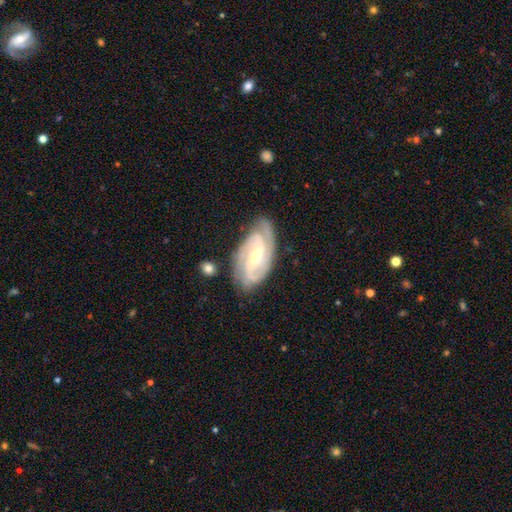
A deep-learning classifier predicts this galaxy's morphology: Smooth or featured? Predicted: featured or disk (p=0.89). Edge-on disk? Predicted: no (p=0.96). Bar? Predicted: weak (p=0.42). Spiral arms? Predicted: yes (p=0.98). Spiral winding? Predicted: tight (p=0.46). Spiral arm count? Predicted: 2 (p=0.41). Bulge size? Predicted: small (p=0.60). Merging? Predicted: none (p=0.78).